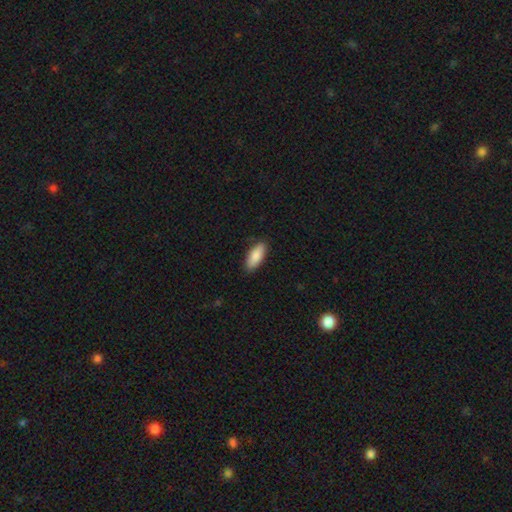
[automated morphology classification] A smooth galaxy with no disk features (87%) that is in between round and cigar-shaped (75%).

Vote fractions:
- Smooth or featured? smooth: 87% / featured or disk: 8% / star or artifact: 6%
- How rounded? in between: 75% / cigar-shaped: 23% / round: 2%
- Merging? none: 86% / minor disturbance: 11% / major disturbance: 2% / merger: 1%